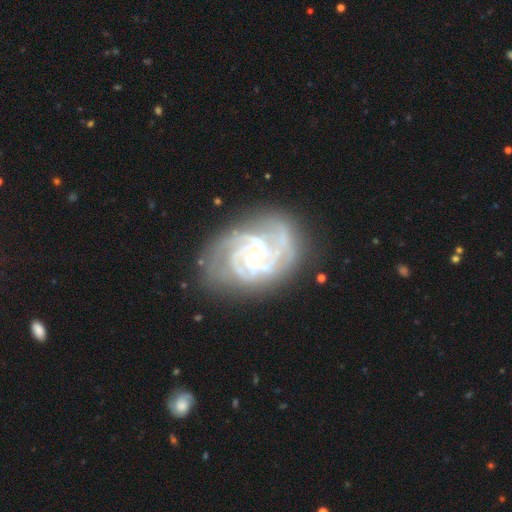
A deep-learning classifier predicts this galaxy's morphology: Smooth or featured? featured or disk (91%)
Edge-on disk? no (98%)
Bar? no (64%)
Spiral arms? yes (98%)
Spiral winding? tight (66%)
Spiral arm count? 3 (38%)
Bulge size? small (61%)
Merging? none (69%)